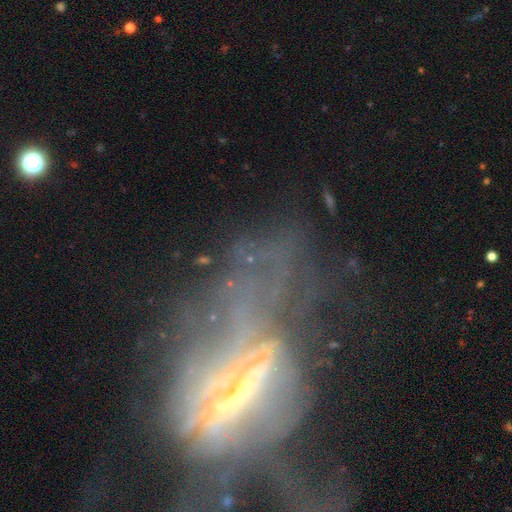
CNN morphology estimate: Smooth or featured? Predicted: featured or disk (p=0.59). Edge-on disk? Predicted: no (p=0.72). Merging? Predicted: none (p=0.46).